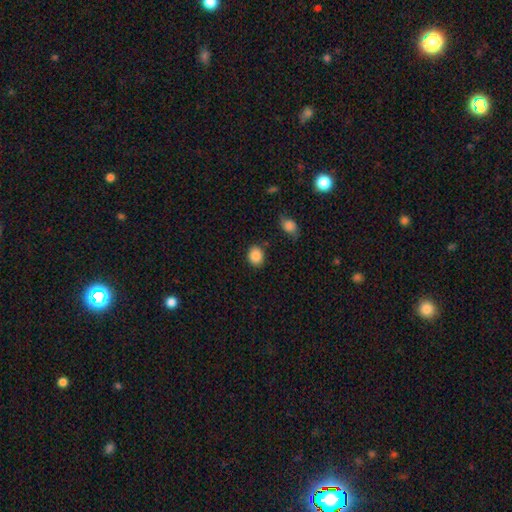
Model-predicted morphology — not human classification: Smooth or featured?
  - smooth: 88% *
  - star or artifact: 9%
  - featured or disk: 4%
How rounded?
  - round: 58% *
  - in between: 41%
  - cigar-shaped: 1%
Merging?
  - none: 83% *
  - minor disturbance: 11%
  - merger: 3%
  - major disturbance: 3%